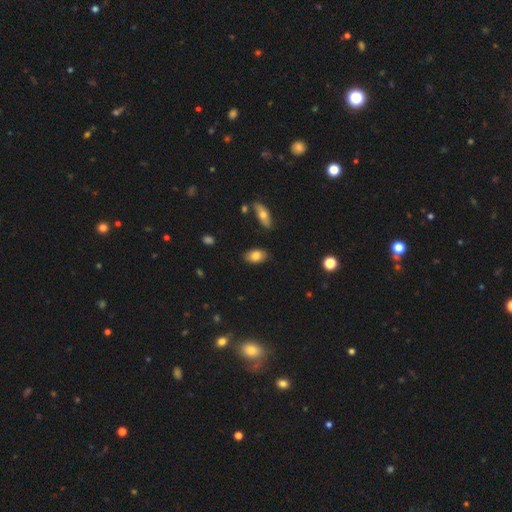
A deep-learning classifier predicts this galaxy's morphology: This is clearly a smooth galaxy (81%). How rounded: clearly in between (90%). Merging: clearly none (84%).